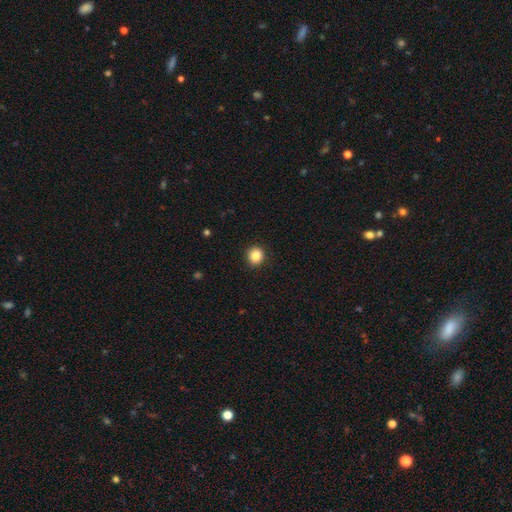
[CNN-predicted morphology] A smooth galaxy with no disk features (86%) that is round (90%).

Vote fractions:
- Smooth or featured? smooth: 86% / star or artifact: 10% / featured or disk: 4%
- How rounded? round: 90% / in between: 9% / cigar-shaped: 1%
- Merging? none: 92% / minor disturbance: 6% / major disturbance: 2% / merger: 1%